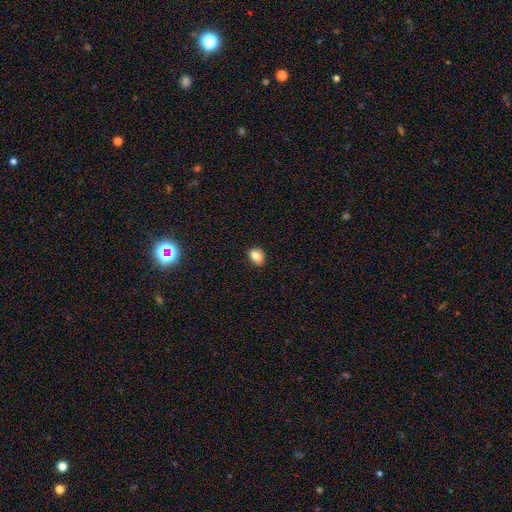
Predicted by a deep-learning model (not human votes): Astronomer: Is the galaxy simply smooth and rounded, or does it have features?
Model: smooth — 83%.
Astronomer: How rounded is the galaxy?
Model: in between — 61% (runner-up: round, 38%).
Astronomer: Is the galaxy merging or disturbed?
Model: none — 83%.